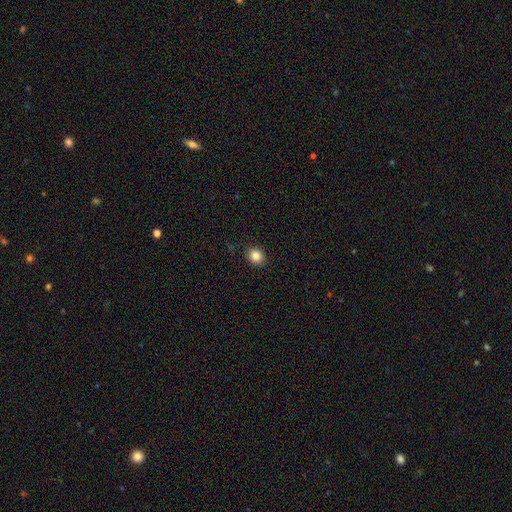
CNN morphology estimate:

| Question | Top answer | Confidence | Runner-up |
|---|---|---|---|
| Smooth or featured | smooth | 84% | star or artifact (11%) |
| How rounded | round | 68% | in between (31%) |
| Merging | none | 90% | minor disturbance (7%) |